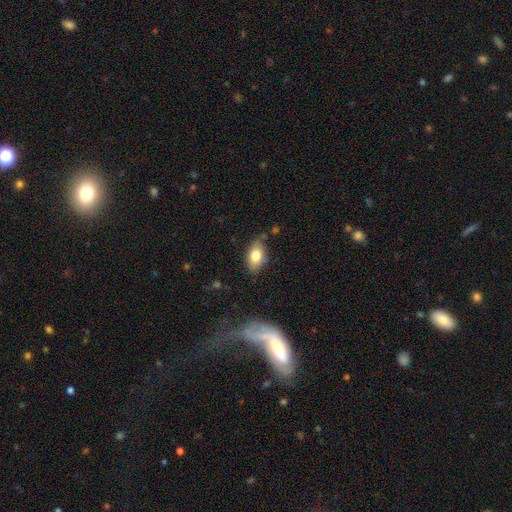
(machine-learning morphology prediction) smooth_or_featured: smooth (p=0.78) [alt: featured or disk p=0.14]
how_rounded: in between (p=0.89) [alt: round p=0.07]
merging: none (p=0.76) [alt: minor disturbance p=0.18]